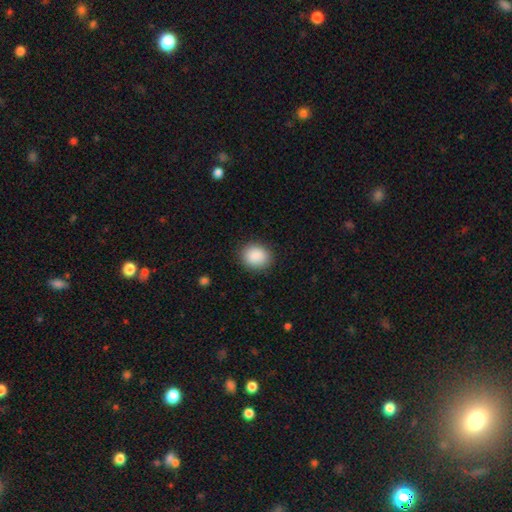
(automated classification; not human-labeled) Overall: smooth (89%). How rounded: round (68%; in between 32%). Merging: none (88%).